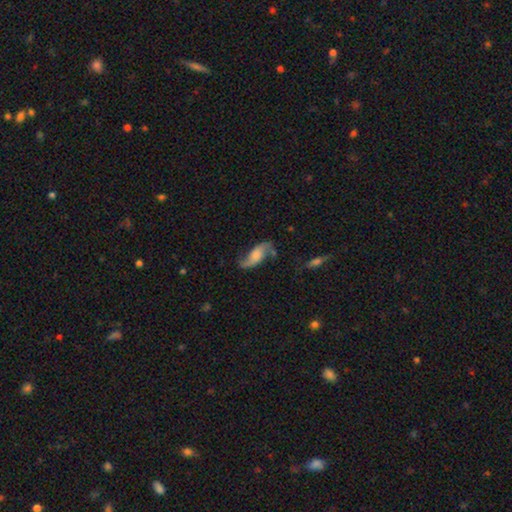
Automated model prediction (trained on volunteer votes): Smooth or featured?
  - featured or disk: 76% *
  - smooth: 17%
  - star or artifact: 7%
Edge-on disk?
  - no: 93% *
  - yes: 7%
Bar?
  - no: 59% *
  - weak: 32%
  - strong: 10%
Spiral arms?
  - yes: 95% *
  - no: 5%
Spiral winding?
  - loose: 72% *
  - medium: 22%
  - tight: 6%
Spiral arm count?
  - 2: 92% *
  - can't tell: 3%
  - 1: 3%
  - 3: 1%
  - 4: 1%
  - more than 4: 1%
Bulge size?
  - moderate: 29% *
  - none: 25%
  - small: 24%
  - large: 19%
  - dominant: 4%
Merging?
  - none: 70% *
  - minor disturbance: 18%
  - major disturbance: 9%
  - merger: 3%